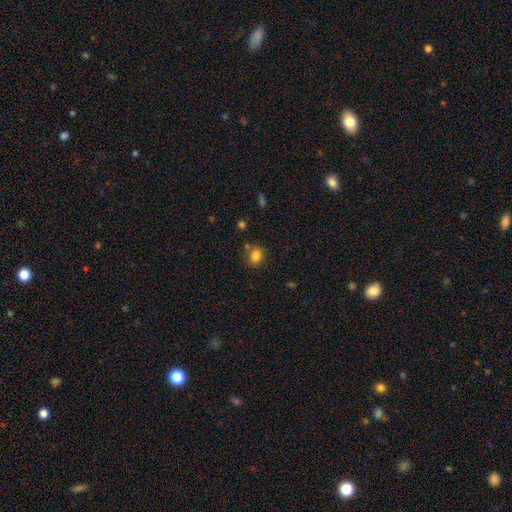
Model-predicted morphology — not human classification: A smooth galaxy with no disk features (83%) that is round (53%). Merging: none (72%).